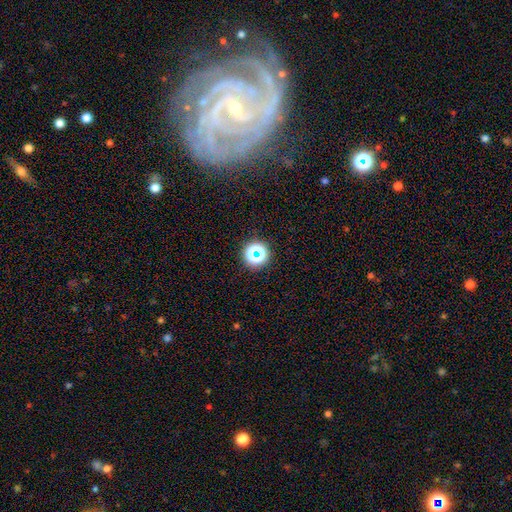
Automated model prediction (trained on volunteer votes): Smooth or featured: star or artifact — 56% (smooth — 34%)